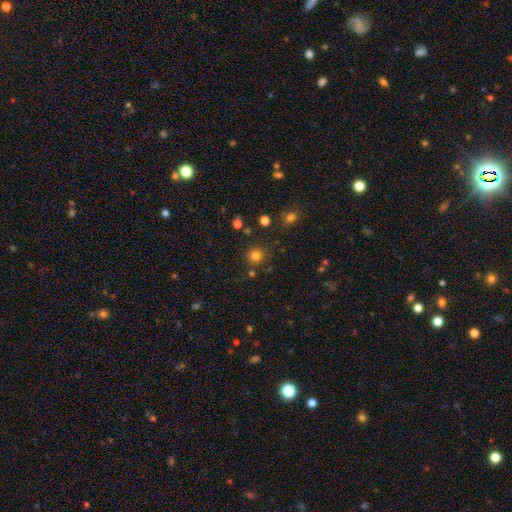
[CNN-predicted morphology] This appears to be a smooth galaxy with no disk features (79%) that is round (93%). Merging: none (84%).